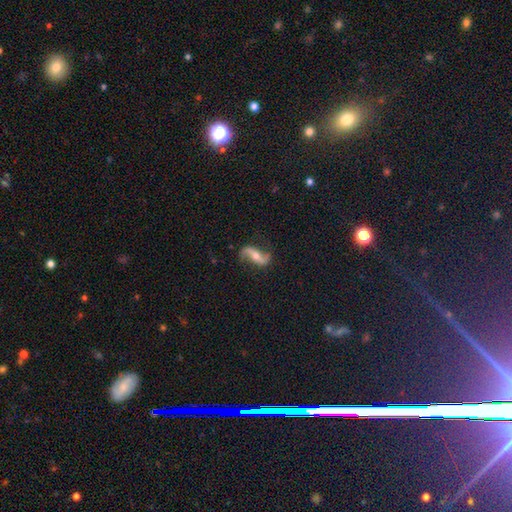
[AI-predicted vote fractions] Smooth or featured?
  - featured or disk: 83% *
  - smooth: 11%
  - star or artifact: 6%
Edge-on disk?
  - no: 93% *
  - yes: 7%
Bar?
  - strong: 36% *
  - no: 35%
  - weak: 29%
Spiral arms?
  - yes: 95% *
  - no: 5%
Spiral winding?
  - loose: 81% *
  - medium: 14%
  - tight: 5%
Spiral arm count?
  - 2: 93% *
  - 1: 2%
  - can't tell: 2%
  - 3: 1%
  - 4: 1%
  - more than 4: 1%
Bulge size?
  - moderate: 53% *
  - small: 38%
  - large: 4%
  - none: 4%
  - dominant: 1%
Merging?
  - none: 80% *
  - minor disturbance: 13%
  - major disturbance: 6%
  - merger: 2%